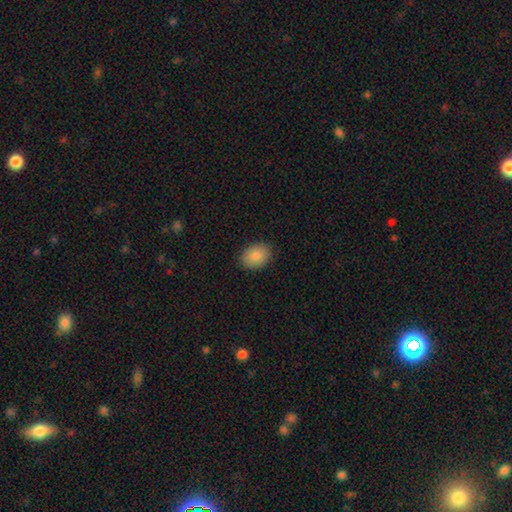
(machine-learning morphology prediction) Smooth or featured? smooth (87%)
How rounded? in between (71%)
Merging? none (88%)